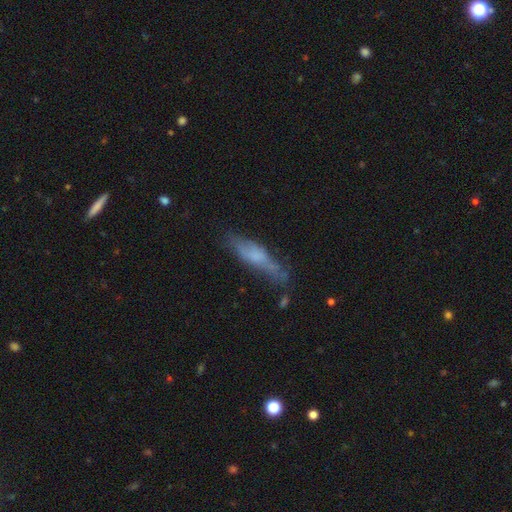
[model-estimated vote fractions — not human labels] A smooth galaxy with no disk features (49%). Merging: none (51%).